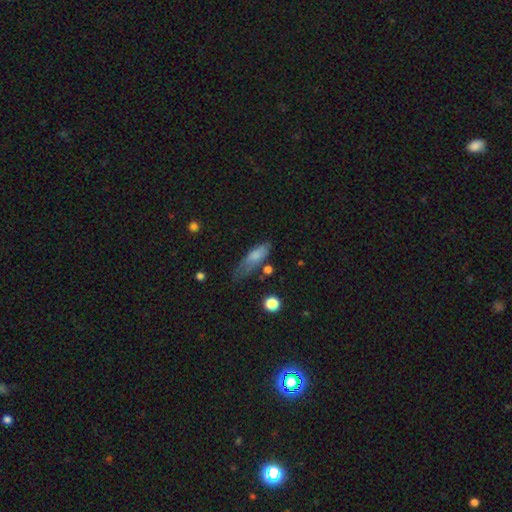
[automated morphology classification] A smooth galaxy with no disk features (74%) that is in between round and cigar-shaped (60%). Merging: none (41%).